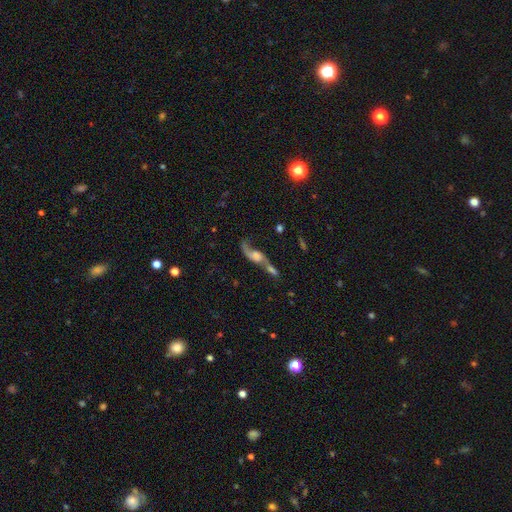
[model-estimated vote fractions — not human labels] smooth_or_featured: featured or disk (p=0.75) [alt: smooth p=0.15]
disk_edge_on: no (p=0.84) [alt: yes p=0.16]
bar: no (p=0.62) [alt: weak p=0.30]
has_spiral_arms: yes (p=0.87) [alt: no p=0.13]
spiral_winding: loose (p=0.87) [alt: medium p=0.10]
spiral_arm_count: 2 (p=0.82) [alt: 1 p=0.12]
bulge_size: moderate (p=0.32) [alt: small p=0.23]
merging: merger (p=0.41) [alt: none p=0.33]